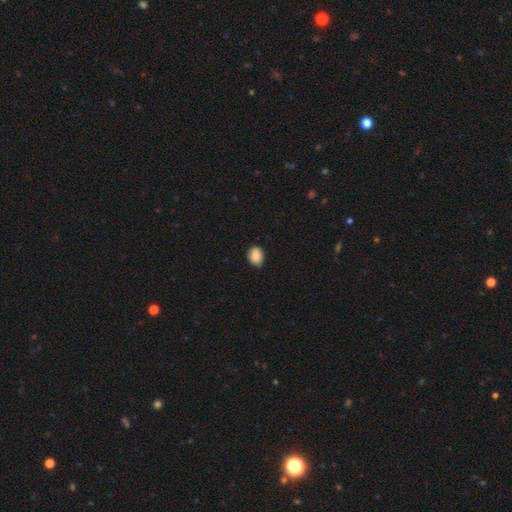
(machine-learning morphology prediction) This appears to be a smooth galaxy with no disk features (86%) that is in between round and cigar-shaped (64%). Merging: none (76%).